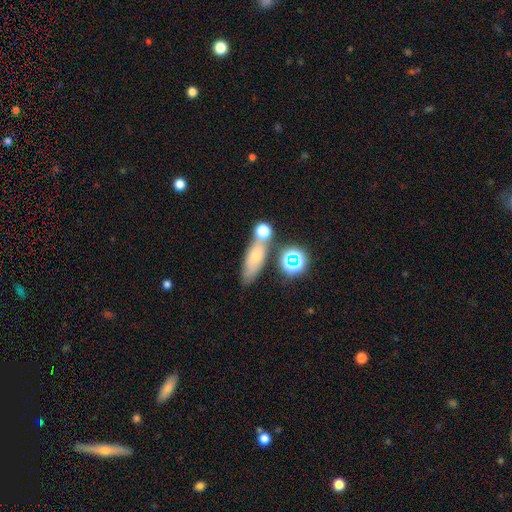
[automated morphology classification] A smooth galaxy with no disk features (56%) that is in between round and cigar-shaped (48%). Merging: none (57%).